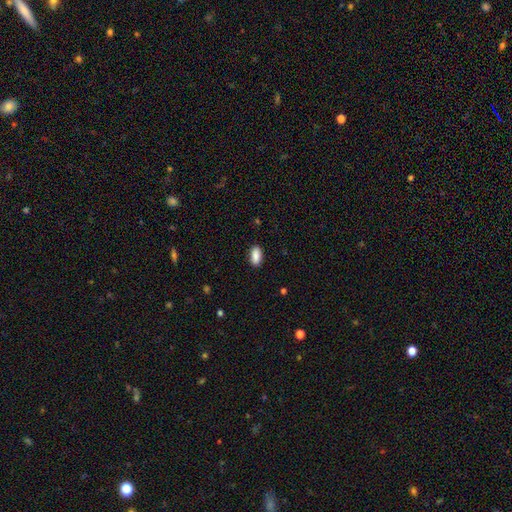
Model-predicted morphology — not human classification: This appears to be a smooth galaxy with no disk features (89%) that is in between round and cigar-shaped (90%). Merging: none (88%).